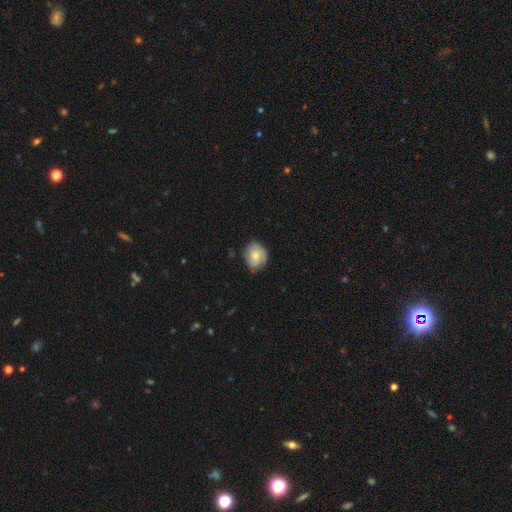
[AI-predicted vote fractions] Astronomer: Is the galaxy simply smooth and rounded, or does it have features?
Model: smooth — 59% (runner-up: featured or disk, 34%).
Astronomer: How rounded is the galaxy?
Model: round — 58% (runner-up: in between, 41%).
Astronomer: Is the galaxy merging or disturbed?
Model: none — 67%.